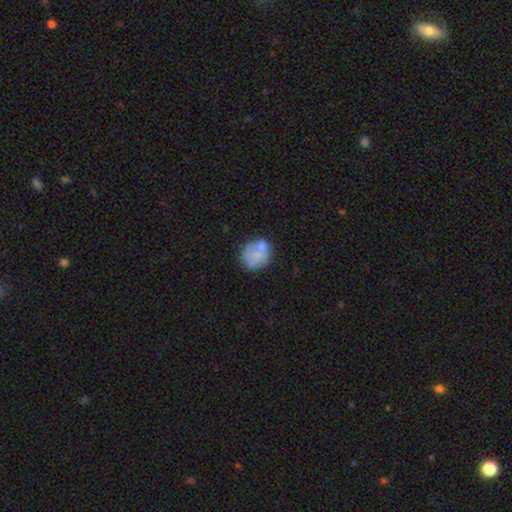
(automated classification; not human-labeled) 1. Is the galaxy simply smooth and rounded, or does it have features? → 57% smooth, 35% featured or disk, 8% star or artifact.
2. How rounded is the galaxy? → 75% round, 24% in between, 1% cigar-shaped.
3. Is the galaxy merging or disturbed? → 53% none, 22% minor disturbance, 16% merger, 9% major disturbance.